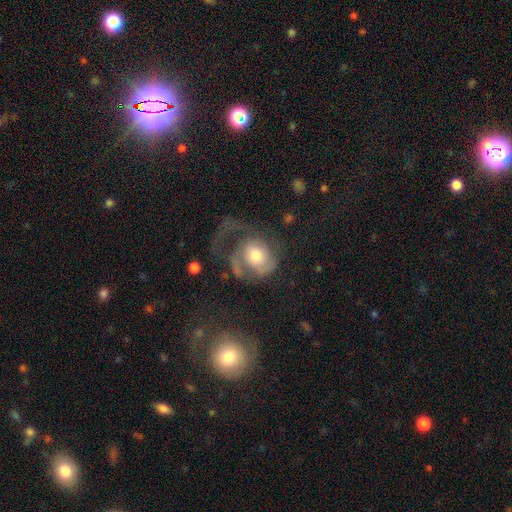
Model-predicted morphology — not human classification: A featured or disk galaxy (68%) with no bar (73%), 1 (45%) medium (40%) spiral arms (84%) and a moderate central bulge (64%).

Vote fractions:
- Smooth or featured? featured or disk: 68% / smooth: 25% / star or artifact: 7%
- Edge-on disk? no: 97% / yes: 3%
- Bar? no: 73% / weak: 22% / strong: 5%
- Spiral arms? yes: 84% / no: 16%
- Spiral winding? medium: 40% / loose: 32% / tight: 28%
- Spiral arm count? 1: 45% / 2: 33% / can't tell: 13% / 3: 5% / 4: 2% / more than 4: 2%
- Bulge size? moderate: 64% / small: 18% / large: 15% / dominant: 2% / none: 2%
- Merging? major disturbance: 49% / none: 32% / minor disturbance: 15% / merger: 4%